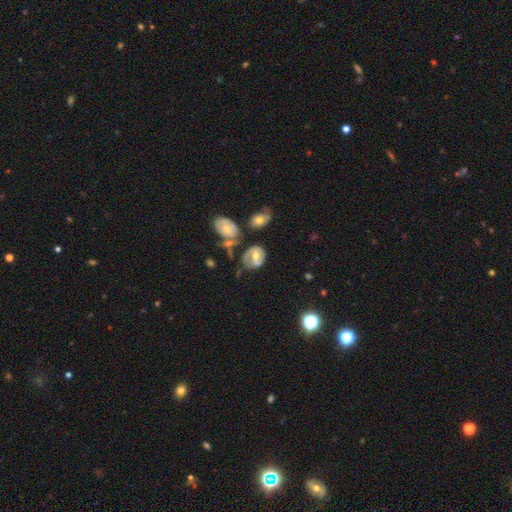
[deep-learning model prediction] A featured or disk galaxy (56%) with a weak bar (40%), spiral arms (56%) and a moderate central bulge (67%). Merging: none (50%).